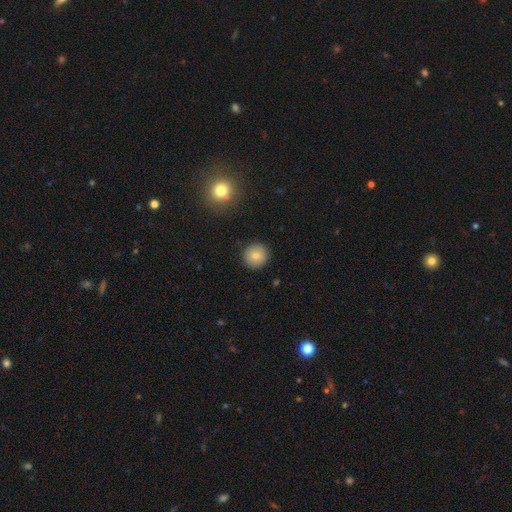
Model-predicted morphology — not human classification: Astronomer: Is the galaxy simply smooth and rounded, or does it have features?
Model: smooth — 79%.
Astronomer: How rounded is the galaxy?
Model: round — 95%.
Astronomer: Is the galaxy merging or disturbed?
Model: none — 91%.